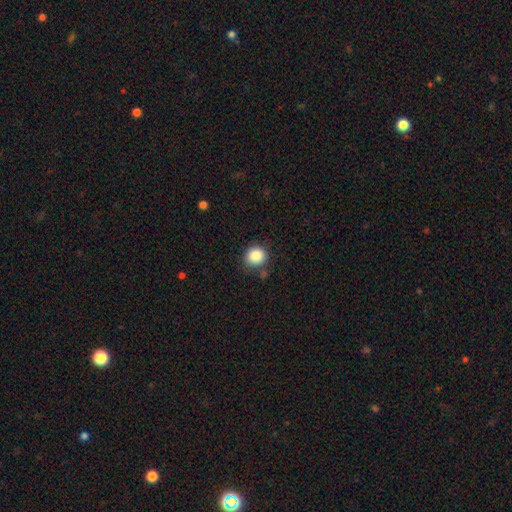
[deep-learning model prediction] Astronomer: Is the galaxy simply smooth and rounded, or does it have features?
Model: smooth — 87%.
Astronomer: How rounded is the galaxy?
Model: round — 82%.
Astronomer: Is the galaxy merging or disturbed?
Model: none — 77%.